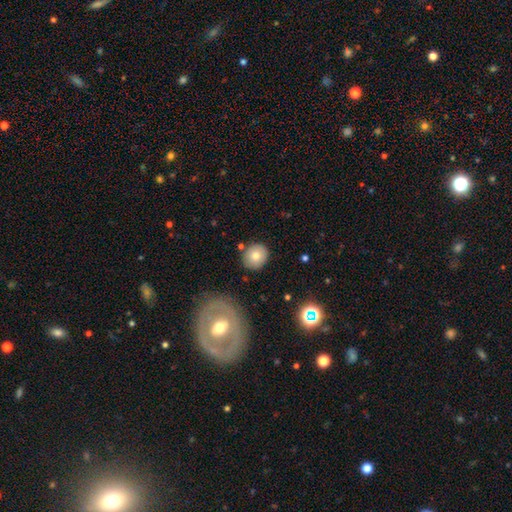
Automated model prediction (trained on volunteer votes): smooth 77%, featured or disk 14%, star or artifact 9%. Down the decision tree: how rounded — round (81%); merging — none (84%).